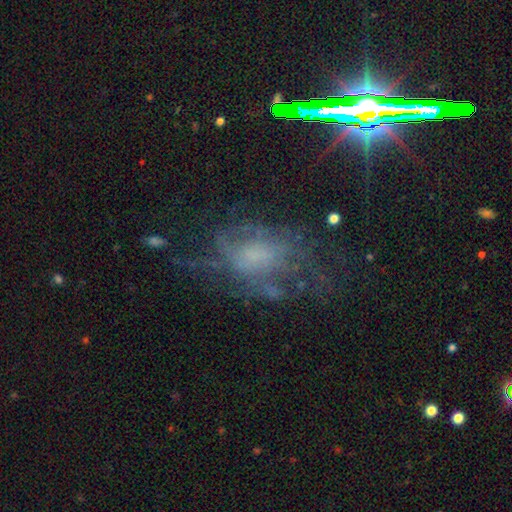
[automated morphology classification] The model was most divided on "spiral arms": yes: 52%, no: 48%. Remaining: edge-on disk — no (95%); bar — no (77%); smooth or featured — featured or disk (53%); merging — none (46%); bulge size — none (43%).